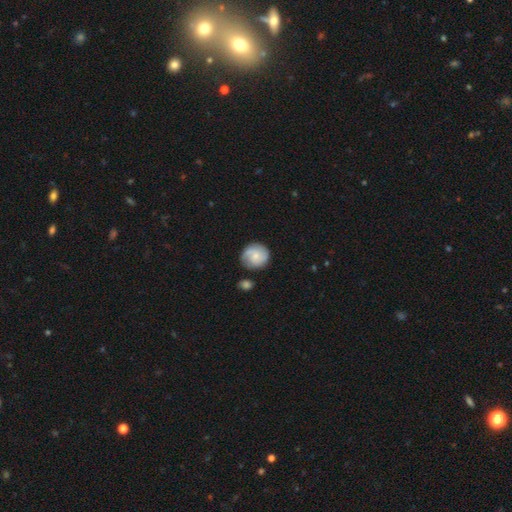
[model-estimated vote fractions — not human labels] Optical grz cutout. It shows a featured or disk galaxy (53%) with no bar (67%), spiral arms (90%) and a small central bulge (61%). Merging: none (75%).